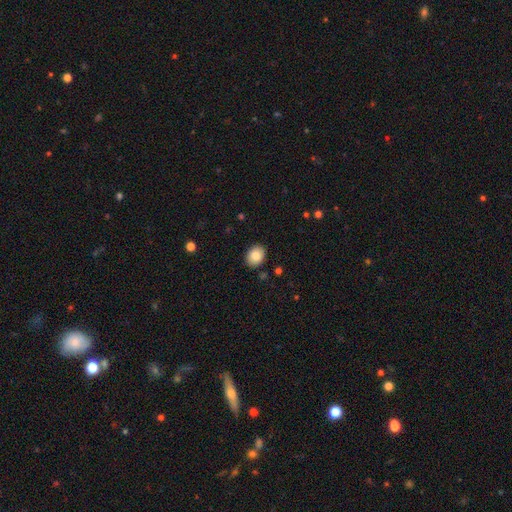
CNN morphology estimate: Q: Smooth or featured?
A: smooth (83%); runner-up: featured or disk (9%)
Q: How rounded?
A: in between (53%); runner-up: round (46%)
Q: Merging?
A: none (89%); runner-up: minor disturbance (7%)